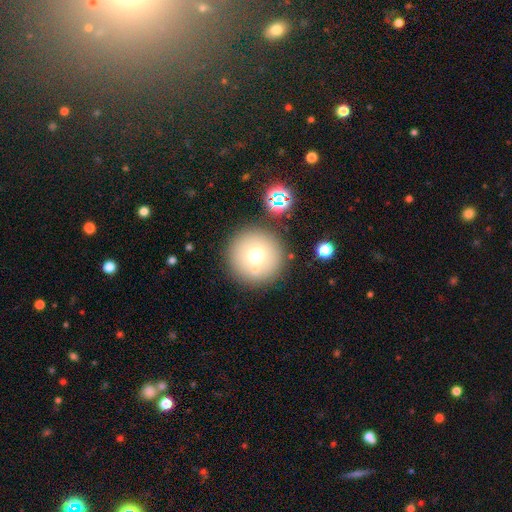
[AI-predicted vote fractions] The model was most divided on "smooth or featured": smooth: 68%, featured or disk: 17%, star or artifact: 15%. More confident: how rounded — round (96%); merging — none (81%).